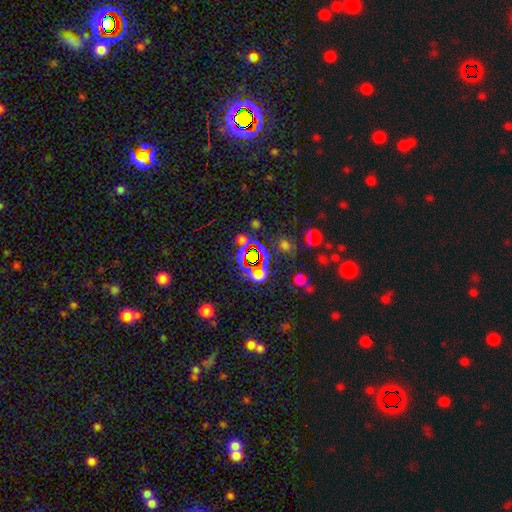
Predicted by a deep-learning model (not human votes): A star or artifact, not a galaxy (65%).

Vote fractions:
- Smooth or featured? star or artifact: 65% / smooth: 22% / featured or disk: 13%